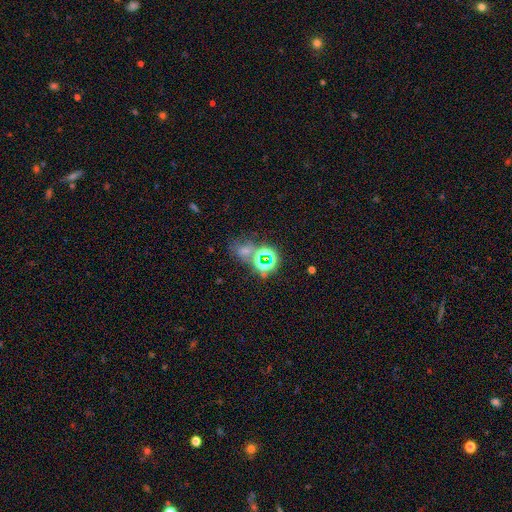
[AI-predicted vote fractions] A star or artifact, not a galaxy (52%).

Vote fractions:
- Smooth or featured? star or artifact: 52% / smooth: 31% / featured or disk: 17%